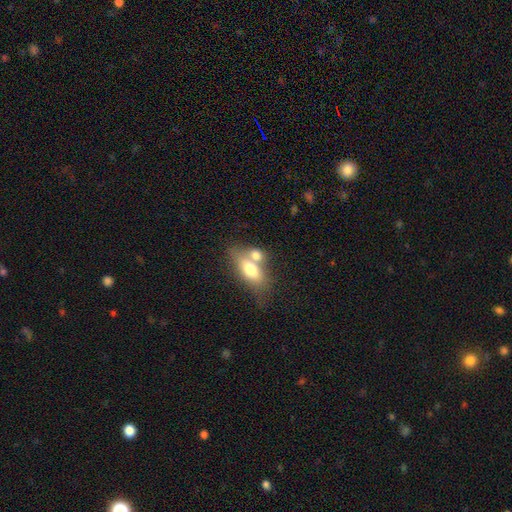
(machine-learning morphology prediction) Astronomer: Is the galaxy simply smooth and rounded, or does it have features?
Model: smooth — 68%.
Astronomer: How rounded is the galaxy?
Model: in between — 77%.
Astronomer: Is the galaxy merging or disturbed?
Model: merger — 51% (runner-up: none, 34%).